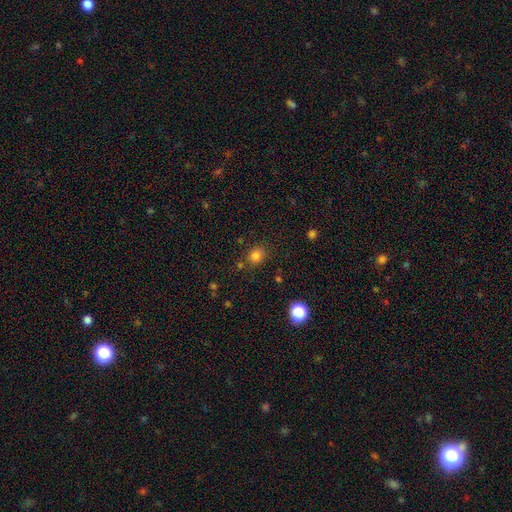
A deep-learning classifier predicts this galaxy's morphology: A smooth galaxy with no disk features (80%) that is round (68%). Merging: none (78%).